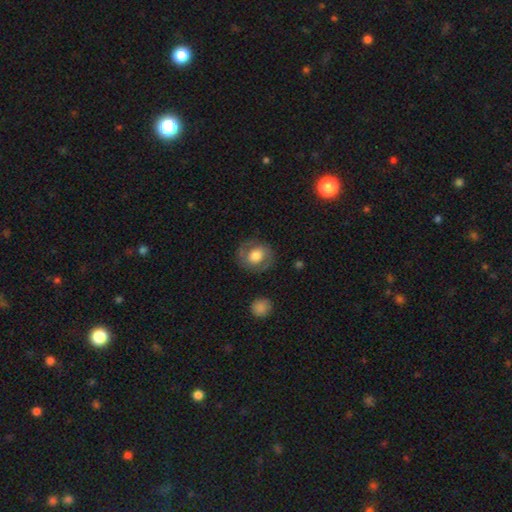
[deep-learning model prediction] Smooth or featured?
  - smooth: 53% *
  - featured or disk: 40%
  - star or artifact: 7%
How rounded?
  - round: 72% *
  - in between: 27%
  - cigar-shaped: 1%
Merging?
  - none: 79% *
  - minor disturbance: 13%
  - major disturbance: 6%
  - merger: 1%